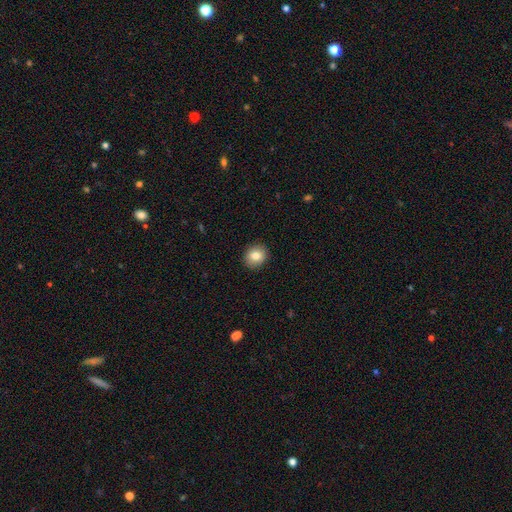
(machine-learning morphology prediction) smooth 82%, featured or disk 9%, star or artifact 9%. Down the decision tree: how rounded — round (68%); merging — none (90%).